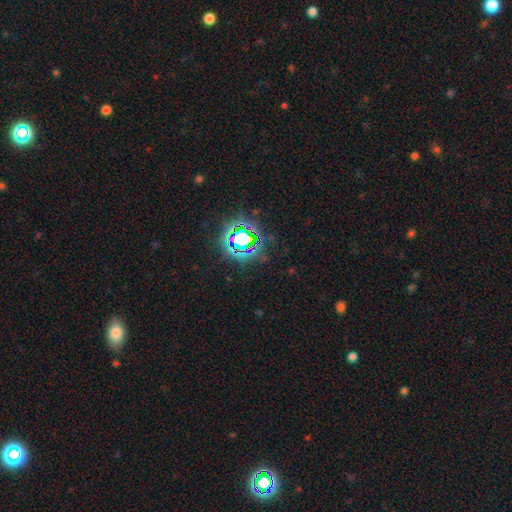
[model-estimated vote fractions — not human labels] smooth_or_featured: star or artifact (p=0.79) [alt: smooth p=0.14]